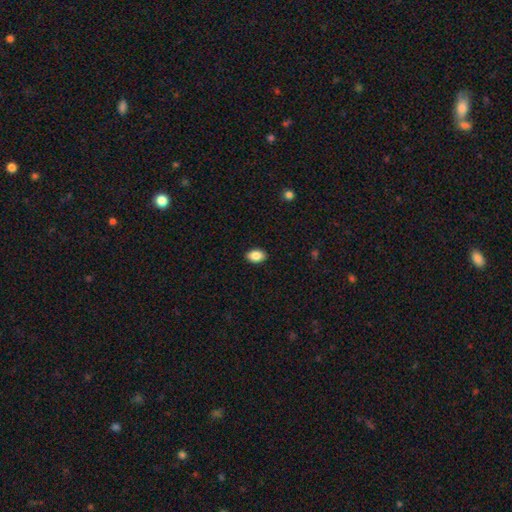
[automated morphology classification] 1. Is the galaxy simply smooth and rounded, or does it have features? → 88% smooth, 8% star or artifact, 4% featured or disk.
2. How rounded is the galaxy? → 85% in between, 14% round, 1% cigar-shaped.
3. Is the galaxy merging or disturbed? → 90% none, 7% minor disturbance, 2% major disturbance, 1% merger.